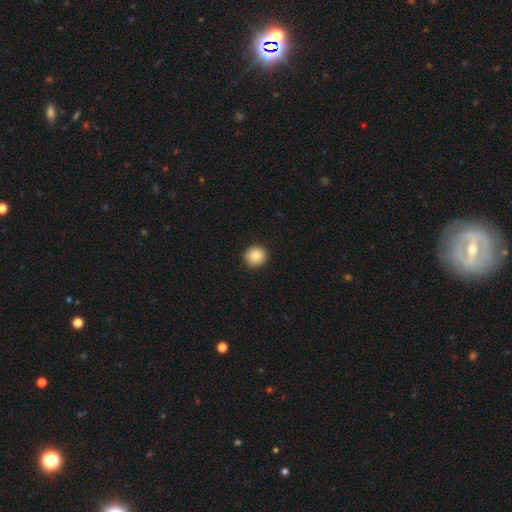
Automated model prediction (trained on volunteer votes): Morphology: type=smooth (87%); roundness=round (89%); merging=none (91%).